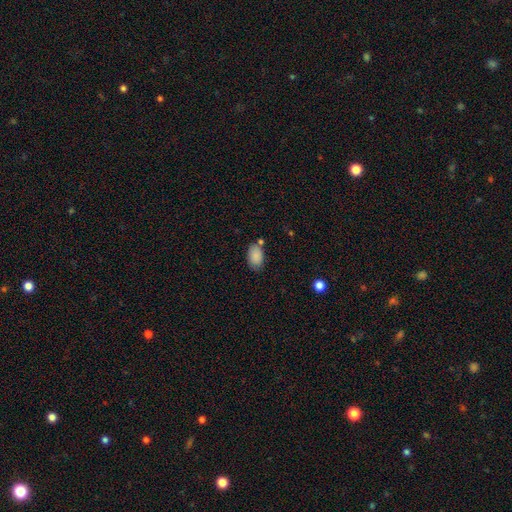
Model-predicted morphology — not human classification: smooth-or-featured: smooth: 87% | star or artifact: 7% | featured or disk: 5%
  how-rounded: in between: 90% | round: 9% | cigar-shaped: 1%
  merging: none: 68% | minor disturbance: 19% | merger: 8% | major disturbance: 4%